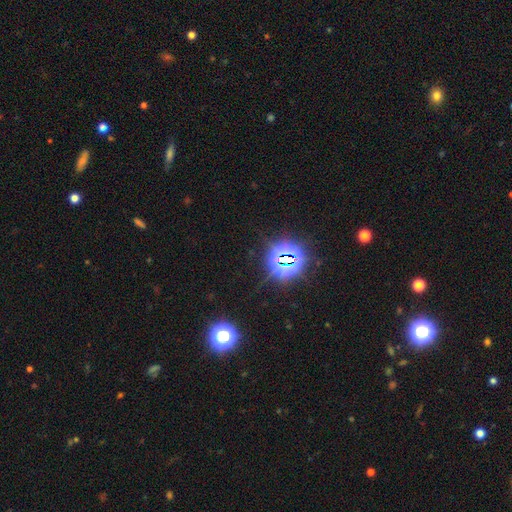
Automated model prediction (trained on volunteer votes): star or artifact 80%, smooth 13%, featured or disk 7%.